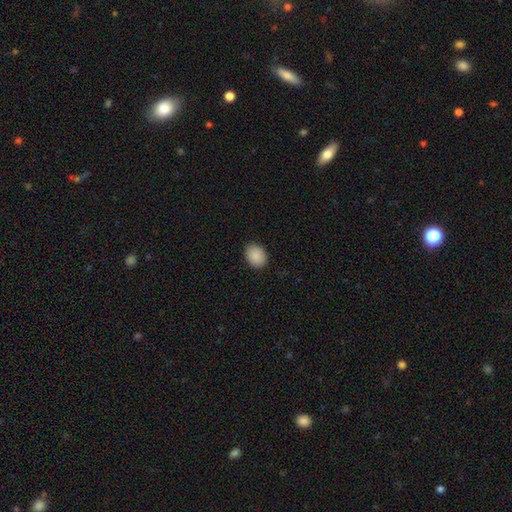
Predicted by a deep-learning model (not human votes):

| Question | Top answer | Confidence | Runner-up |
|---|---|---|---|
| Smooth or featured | smooth | 89% | star or artifact (8%) |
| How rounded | in between | 56% | round (43%) |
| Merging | none | 89% | minor disturbance (8%) |